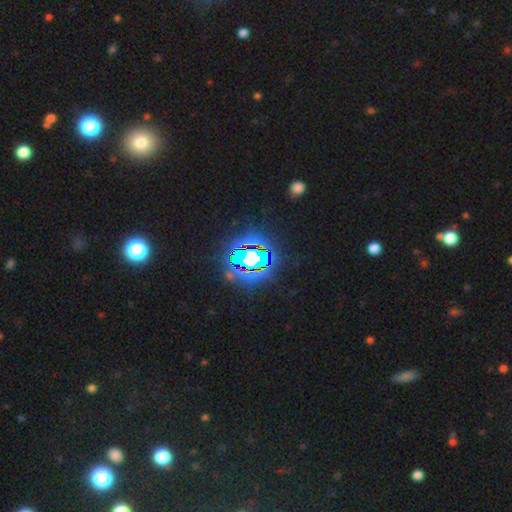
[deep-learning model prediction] Smooth or featured?
  - star or artifact: 81% *
  - smooth: 11%
  - featured or disk: 8%